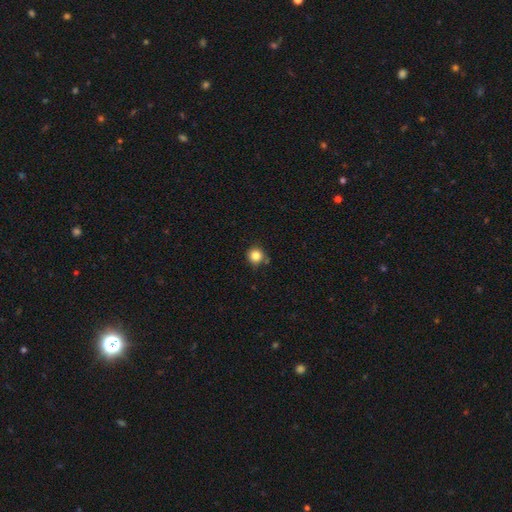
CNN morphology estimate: A smooth galaxy with no disk features (84%) that is round (93%).

Vote fractions:
- Smooth or featured? smooth: 84% / star or artifact: 11% / featured or disk: 5%
- How rounded? round: 93% / in between: 6% / cigar-shaped: 1%
- Merging? none: 78% / minor disturbance: 13% / merger: 6% / major disturbance: 3%